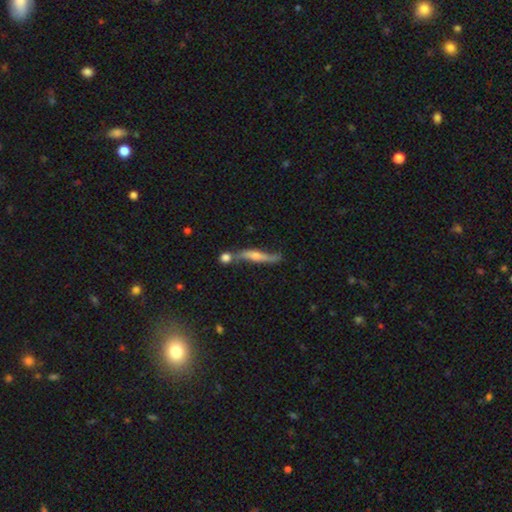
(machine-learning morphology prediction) smooth-or-featured: featured or disk: 64% | smooth: 28% | star or artifact: 8%
  disk-edge-on: yes: 65% | no: 35%
  merging: none: 48% | merger: 25% | minor disturbance: 19% | major disturbance: 9%